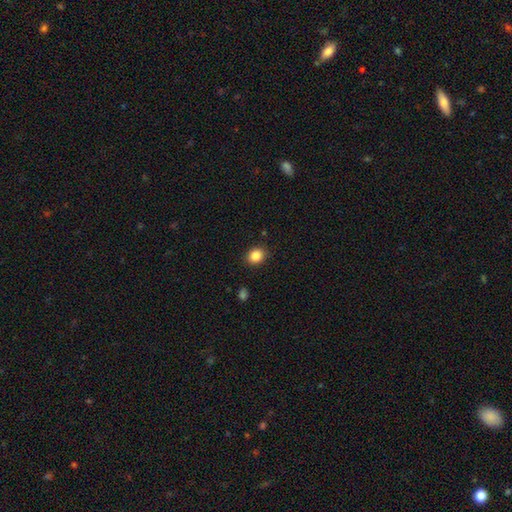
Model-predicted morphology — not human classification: Smooth or featured?
  - smooth: 85% *
  - star or artifact: 10%
  - featured or disk: 5%
How rounded?
  - round: 64% *
  - in between: 35%
  - cigar-shaped: 1%
Merging?
  - none: 89% *
  - minor disturbance: 8%
  - major disturbance: 2%
  - merger: 1%